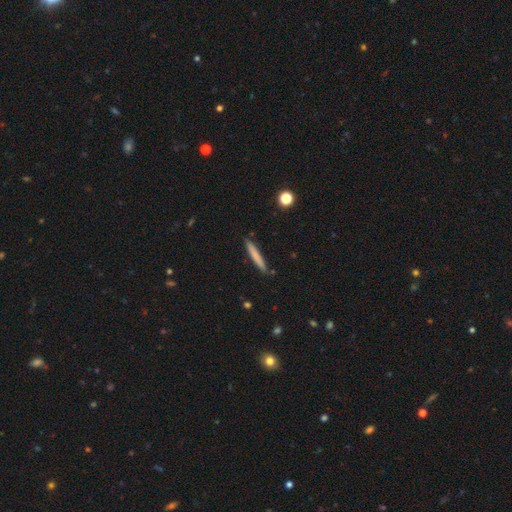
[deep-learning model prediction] smooth_or_featured: smooth (p=0.74) [alt: featured or disk p=0.19]
how_rounded: cigar-shaped (p=0.95) [alt: in between p=0.03]
merging: none (p=0.87) [alt: minor disturbance p=0.10]